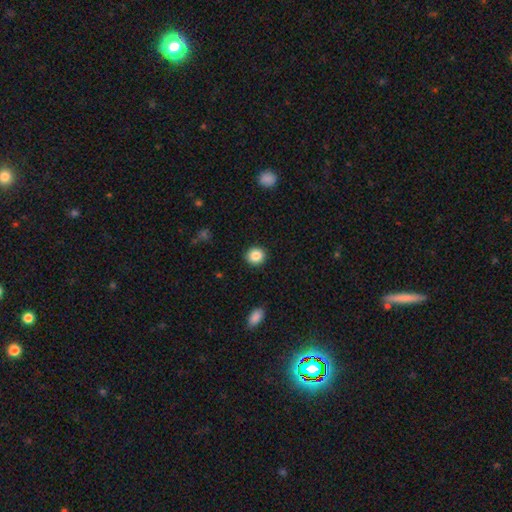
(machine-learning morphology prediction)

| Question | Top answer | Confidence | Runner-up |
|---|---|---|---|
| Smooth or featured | smooth | 86% | star or artifact (9%) |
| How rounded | round | 88% | in between (11%) |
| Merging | none | 92% | minor disturbance (5%) |